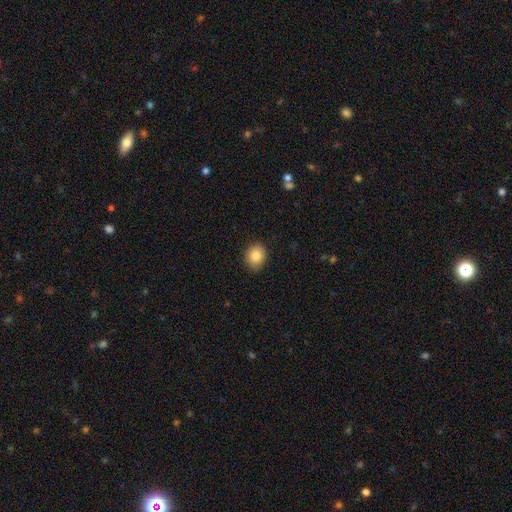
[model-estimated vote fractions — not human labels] Overall: smooth (86%). How rounded: round (56%; in between 43%). Merging: none (88%).